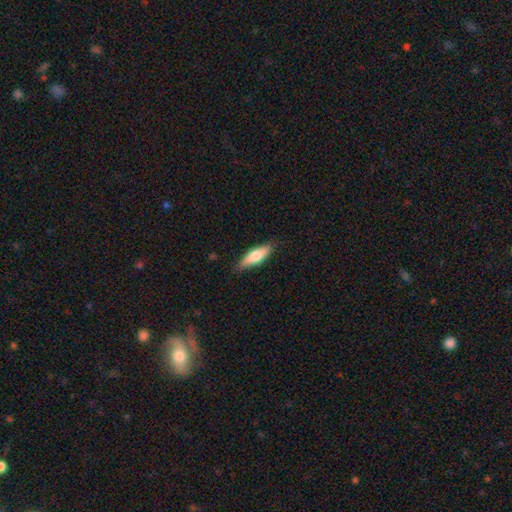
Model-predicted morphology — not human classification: smooth-or-featured: smooth: 67% | featured or disk: 28% | star or artifact: 6%
  how-rounded: in between: 51% | cigar-shaped: 47% | round: 2%
  merging: none: 84% | minor disturbance: 13% | major disturbance: 2% | merger: 1%